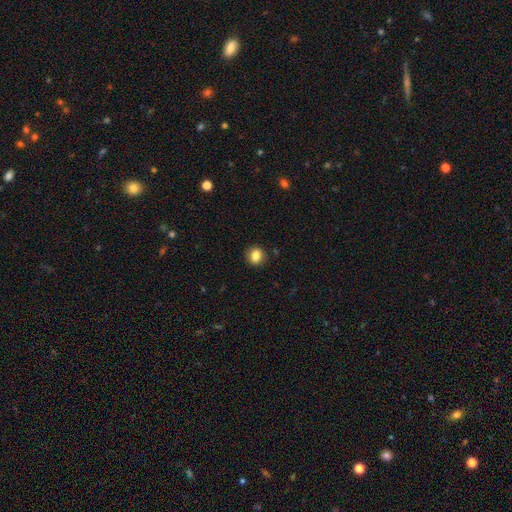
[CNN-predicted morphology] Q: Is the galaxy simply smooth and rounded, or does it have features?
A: smooth — 84%.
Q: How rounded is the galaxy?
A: round — 74%.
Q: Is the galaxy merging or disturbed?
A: none — 88%.